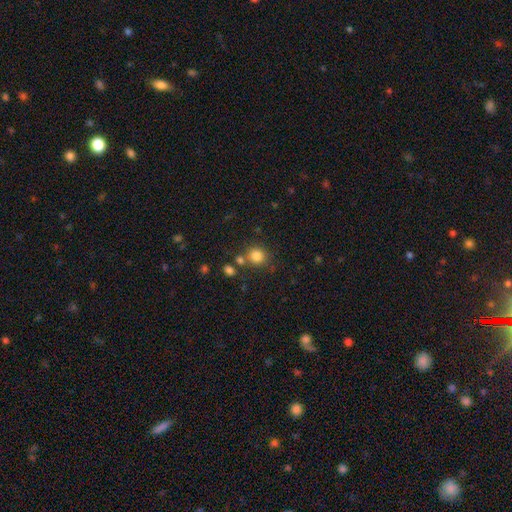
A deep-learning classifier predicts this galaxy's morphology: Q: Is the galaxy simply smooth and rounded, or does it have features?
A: smooth — 82%.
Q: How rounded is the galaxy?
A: round — 88%.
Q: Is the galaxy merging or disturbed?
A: none — 74%.